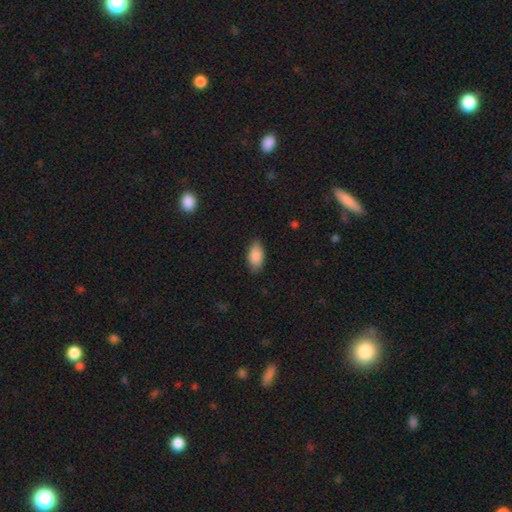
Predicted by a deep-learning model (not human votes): A smooth galaxy with no disk features (88%) that is in between round and cigar-shaped (92%). Merging: none (83%).